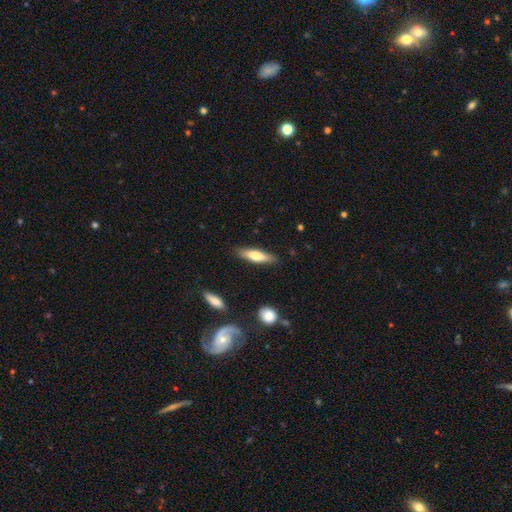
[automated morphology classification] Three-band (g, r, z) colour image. It shows a smooth galaxy with no disk features (68%) that is cigar-shaped (65%). Merging: none (85%).